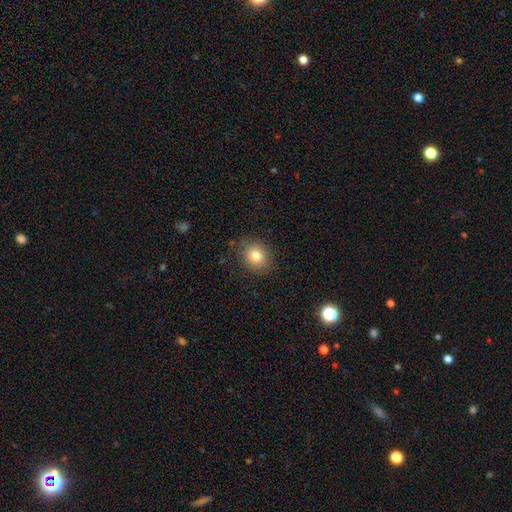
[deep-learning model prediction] This appears to be a smooth galaxy with no disk features (81%) that is round (63%). Merging: none (84%).